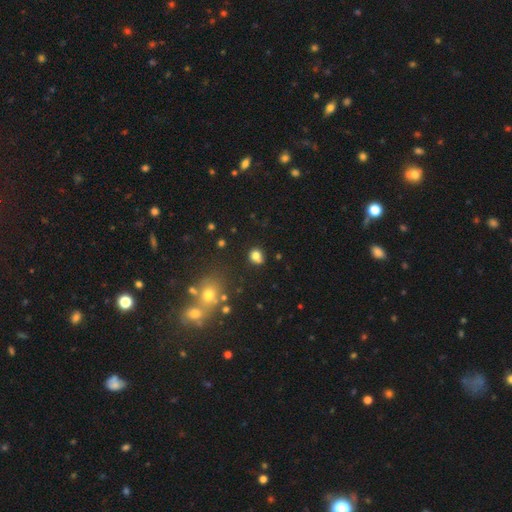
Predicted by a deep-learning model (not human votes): Smooth or featured? Predicted: smooth (p=0.79). How rounded? Predicted: round (p=0.71). Merging? Predicted: none (p=0.70).